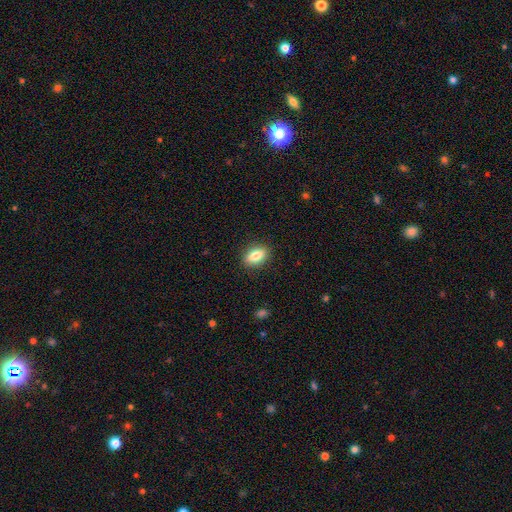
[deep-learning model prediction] Overall: smooth (80%). How rounded: in between (82%). Merging: none (88%).